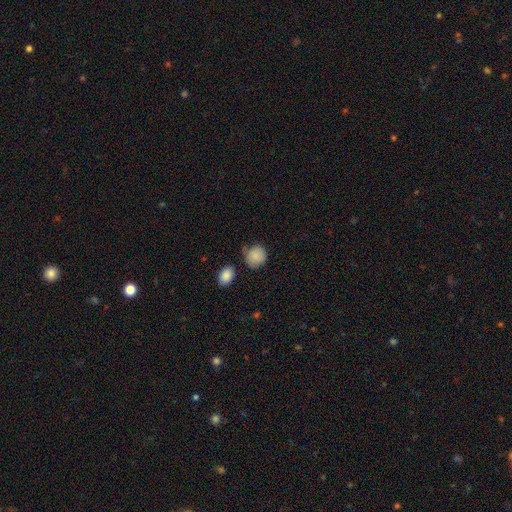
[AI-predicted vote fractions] This is clearly a smooth galaxy (85%). How rounded: clearly round (82%). Merging: likely none (66%).